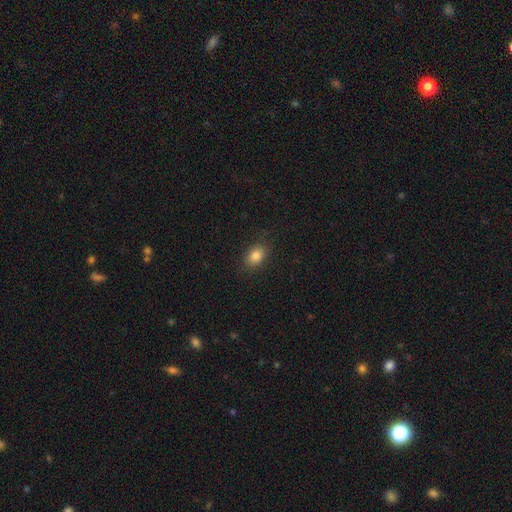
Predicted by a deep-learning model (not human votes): Overall: smooth (84%). How rounded: in between (75%). Merging: none (85%).